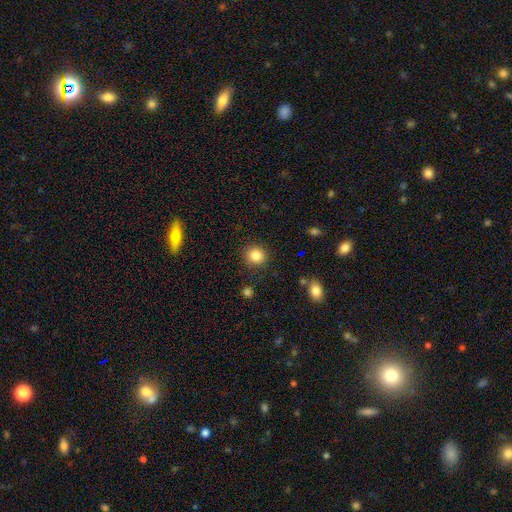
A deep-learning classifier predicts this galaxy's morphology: Smooth or featured? smooth (85%)
How rounded? round (89%)
Merging? none (89%)